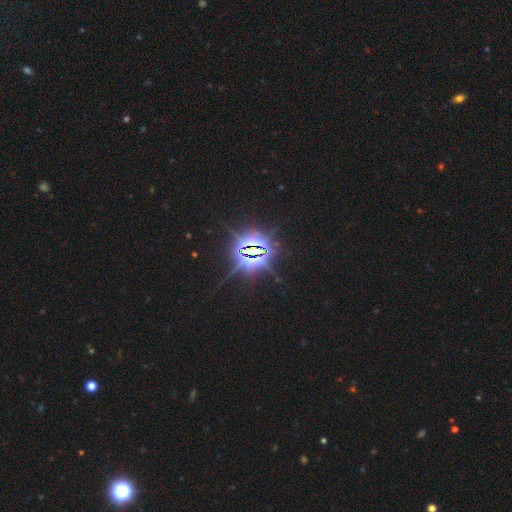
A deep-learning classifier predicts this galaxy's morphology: This is clearly a star or artifact rather than a galaxy (86%).